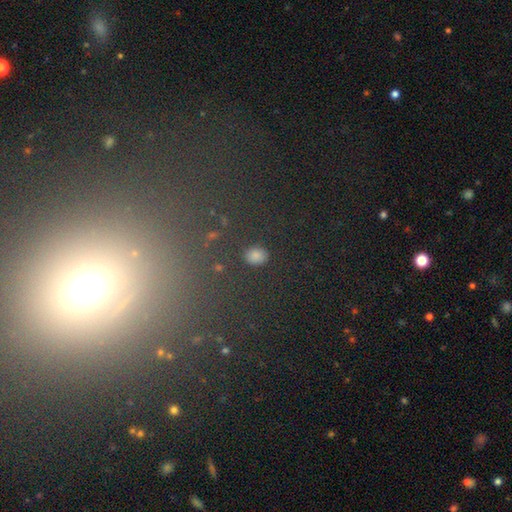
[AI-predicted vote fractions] Morphology: type=smooth (75%); roundness=round (52%); merging=none (84%).